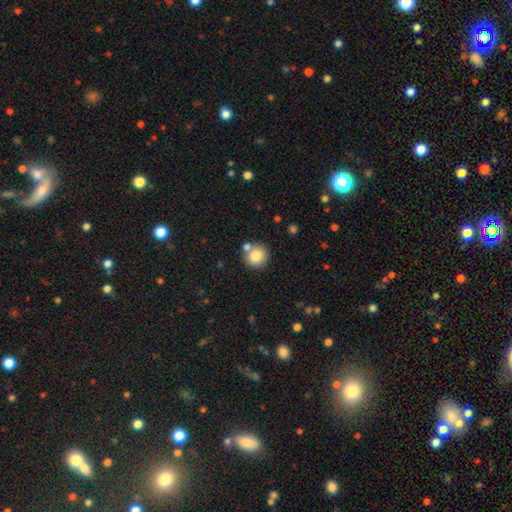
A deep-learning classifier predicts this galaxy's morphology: A smooth galaxy with no disk features (81%) that is round (92%). Merging: none (72%).